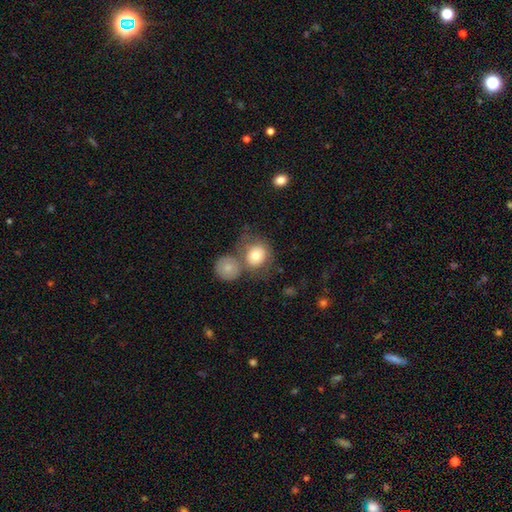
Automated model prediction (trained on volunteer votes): Smooth or featured: smooth — 74% (featured or disk — 18%)
How rounded: round — 81% (in between — 18%)
Merging: none — 45% (merger — 32%)